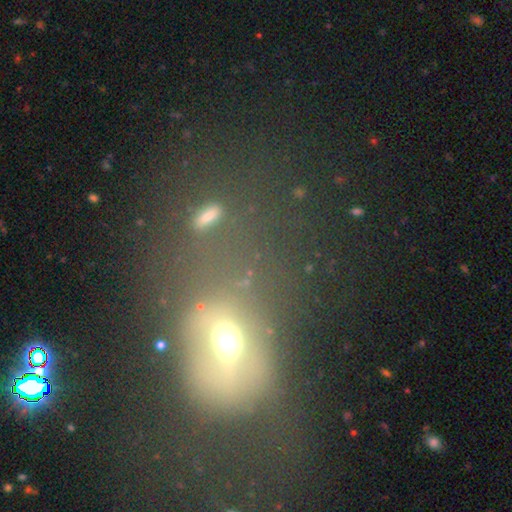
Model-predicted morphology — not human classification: Smooth or featured? Predicted: smooth (p=0.43). Merging? Predicted: major disturbance (p=0.33, tied with none).